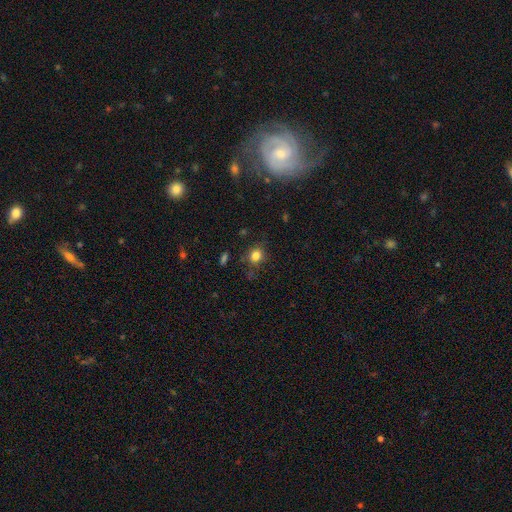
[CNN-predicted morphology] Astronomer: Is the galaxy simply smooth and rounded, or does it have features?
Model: smooth — 80%.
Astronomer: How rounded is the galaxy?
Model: round — 77%.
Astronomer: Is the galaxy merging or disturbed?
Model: none — 79%.